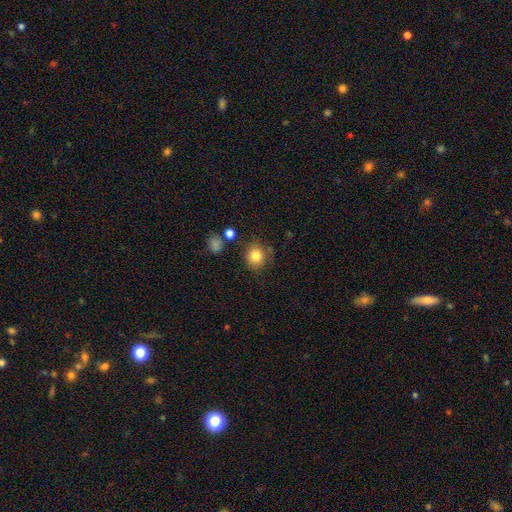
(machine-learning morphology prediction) A smooth galaxy with no disk features (82%) that is round (86%).

Vote fractions:
- Smooth or featured? smooth: 82% / star or artifact: 11% / featured or disk: 7%
- How rounded? round: 86% / in between: 13% / cigar-shaped: 1%
- Merging? none: 80% / minor disturbance: 12% / merger: 4% / major disturbance: 4%